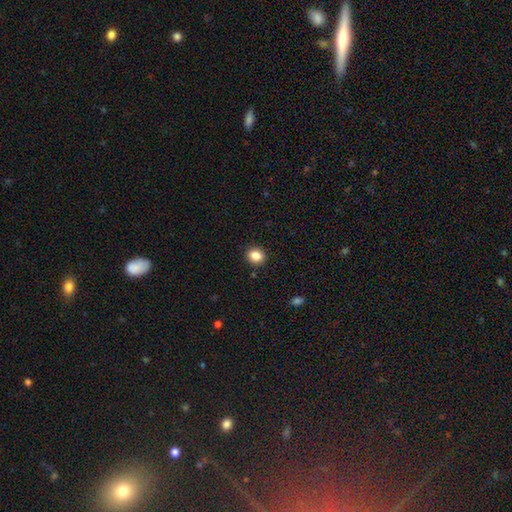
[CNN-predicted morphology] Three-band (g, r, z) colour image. It shows a smooth galaxy with no disk features (86%) that is round (66%). Merging: none (90%).